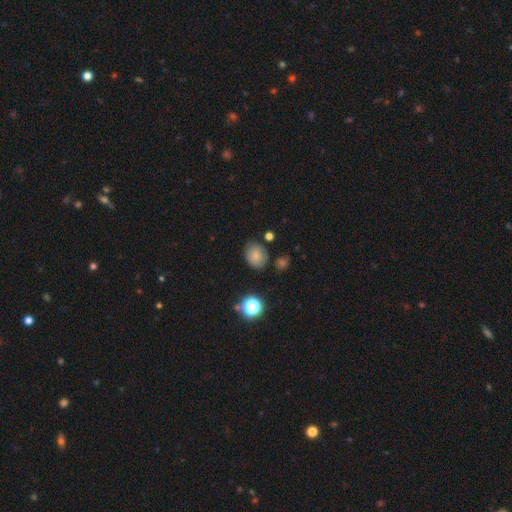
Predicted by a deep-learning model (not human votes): This appears to be a smooth galaxy with no disk features (76%) that is round (58%). Merging: none (73%).